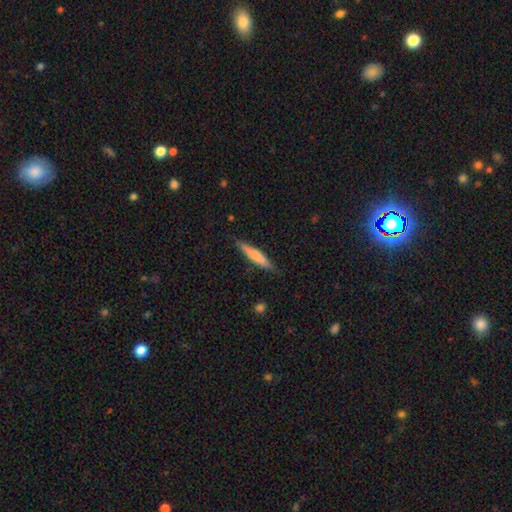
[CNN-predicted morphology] Overall: smooth (66%; featured or disk 28%). How rounded: cigar-shaped (88%). Merging: none (86%).